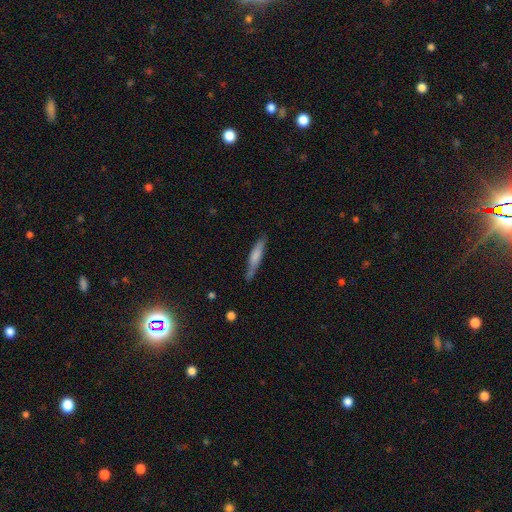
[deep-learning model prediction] This appears to be a smooth galaxy with no disk features (67%) that is cigar-shaped (87%). Merging: none (70%).